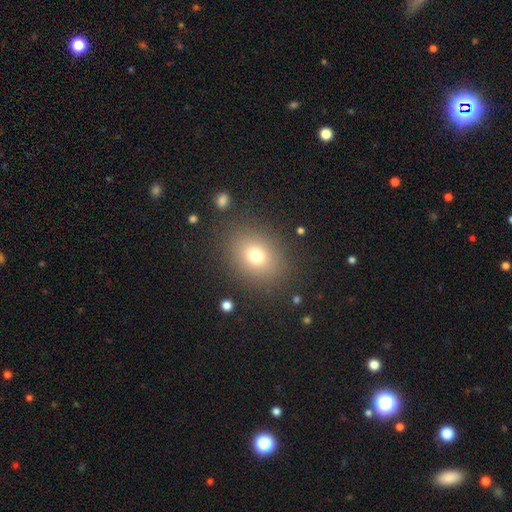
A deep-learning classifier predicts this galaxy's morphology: Smooth or featured? Predicted: smooth (p=0.73). How rounded? Predicted: round (p=0.54). Merging? Predicted: none (p=0.85).